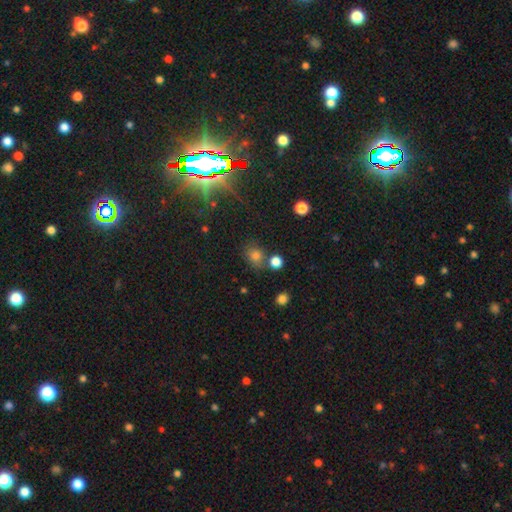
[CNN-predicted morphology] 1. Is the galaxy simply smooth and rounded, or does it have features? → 70% smooth, 22% star or artifact, 8% featured or disk.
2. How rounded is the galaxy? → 64% round, 35% in between, 1% cigar-shaped.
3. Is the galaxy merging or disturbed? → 70% none, 13% minor disturbance, 12% merger, 5% major disturbance.